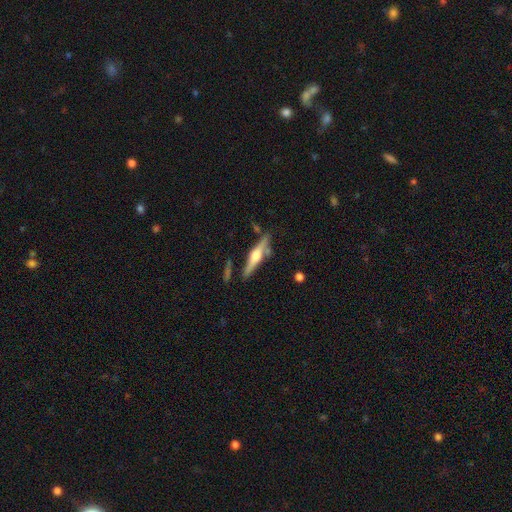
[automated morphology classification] This is likely a featured or disk galaxy (72%). It is clearly viewed edge-on (97%). Edge-on bulge: clearly rounded (84%). Merging: likely none (77%).